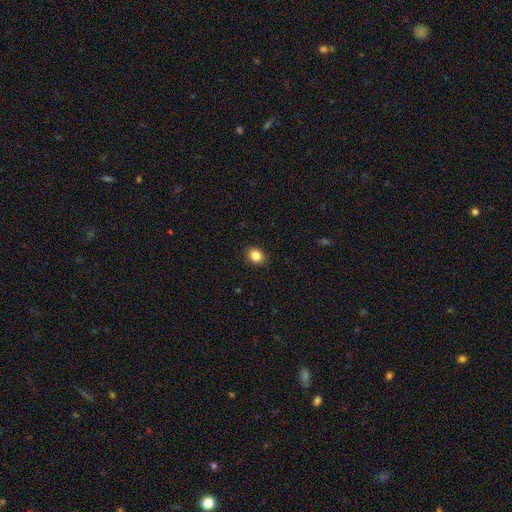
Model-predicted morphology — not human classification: smooth-or-featured: smooth: 85% | star or artifact: 10% | featured or disk: 5%
  how-rounded: round: 54% | in between: 45% | cigar-shaped: 1%
  merging: none: 90% | minor disturbance: 7% | major disturbance: 2% | merger: 1%